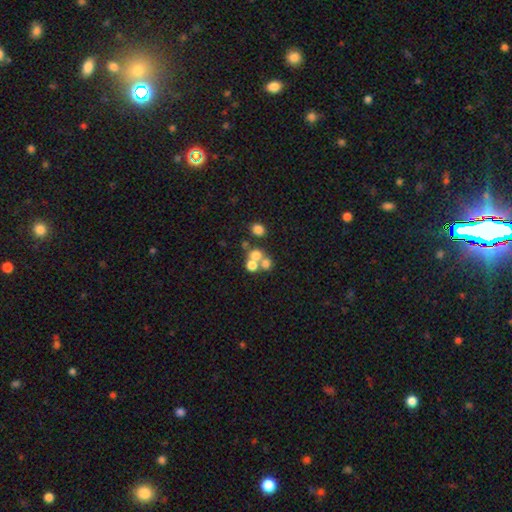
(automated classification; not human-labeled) Smooth or featured? Predicted: smooth (p=0.64). How rounded? Predicted: round (p=0.80). Merging? Predicted: merger (p=0.51).